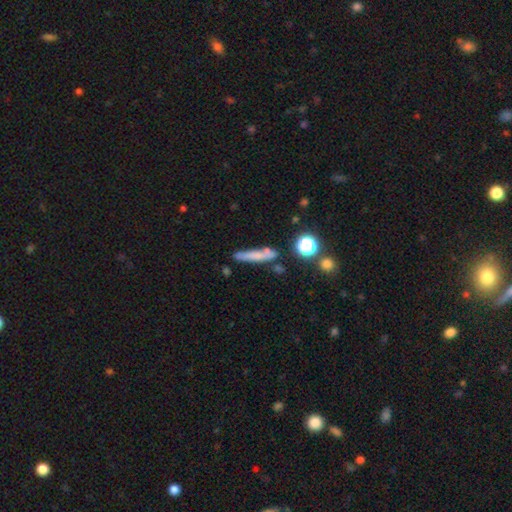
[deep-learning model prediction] smooth 62%, featured or disk 26%, star or artifact 12%. Down the decision tree: how rounded — cigar-shaped (85%); merging — none (70%).